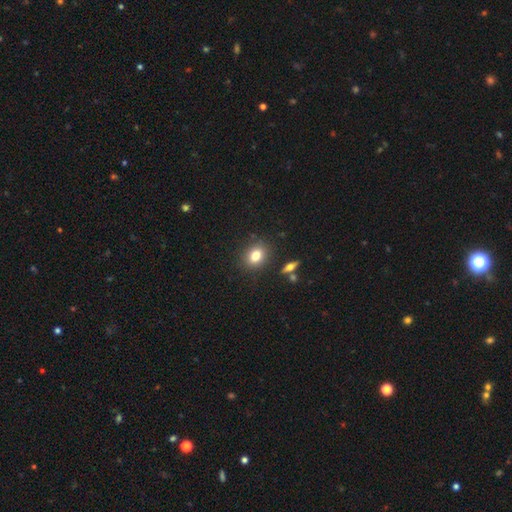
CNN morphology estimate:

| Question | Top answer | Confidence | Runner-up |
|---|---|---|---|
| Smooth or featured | smooth | 79% | star or artifact (11%) |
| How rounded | round | 49% | tied: in between (49%) |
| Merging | none | 85% | minor disturbance (9%) |